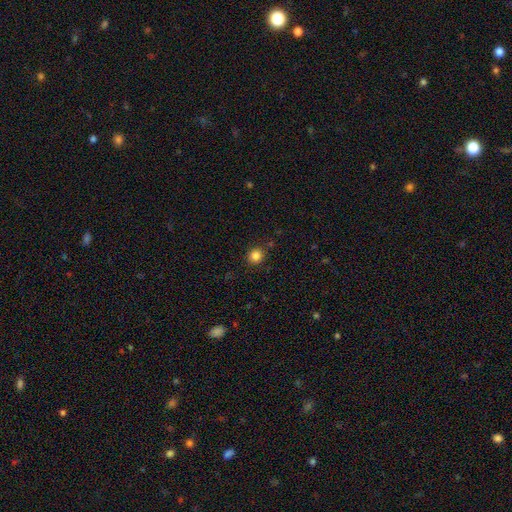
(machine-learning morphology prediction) Smooth or featured?
  - smooth: 83% *
  - star or artifact: 12%
  - featured or disk: 4%
How rounded?
  - round: 89% *
  - in between: 10%
  - cigar-shaped: 1%
Merging?
  - none: 89% *
  - minor disturbance: 7%
  - major disturbance: 2%
  - merger: 2%